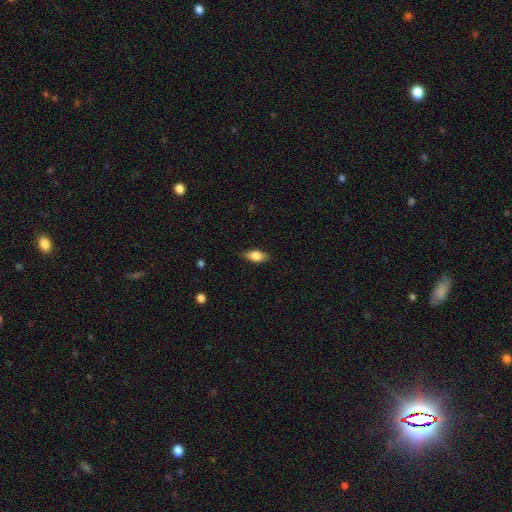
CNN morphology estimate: smooth 72%, featured or disk 21%, star or artifact 7%. Down the decision tree: how rounded — in between (82%); merging — none (84%).